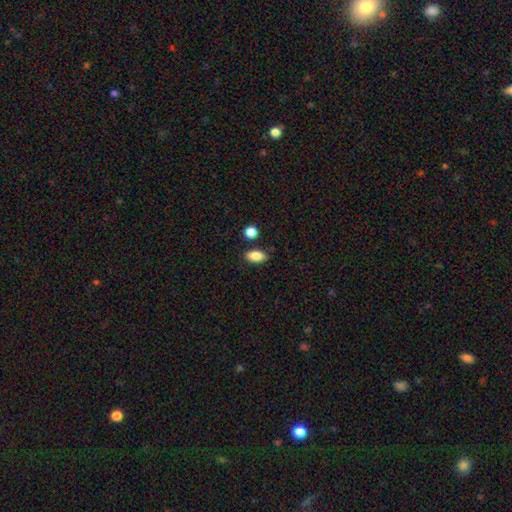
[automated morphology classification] Smooth or featured? Predicted: smooth (p=0.85). How rounded? Predicted: in between (p=0.89). Merging? Predicted: none (p=0.82).